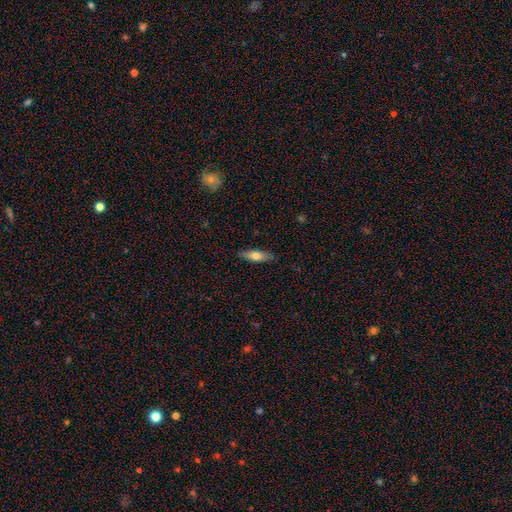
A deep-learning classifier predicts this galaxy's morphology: This appears to be a smooth galaxy with no disk features (65%) that is in between round and cigar-shaped (49%, tied with cigar-shaped). Merging: none (88%).